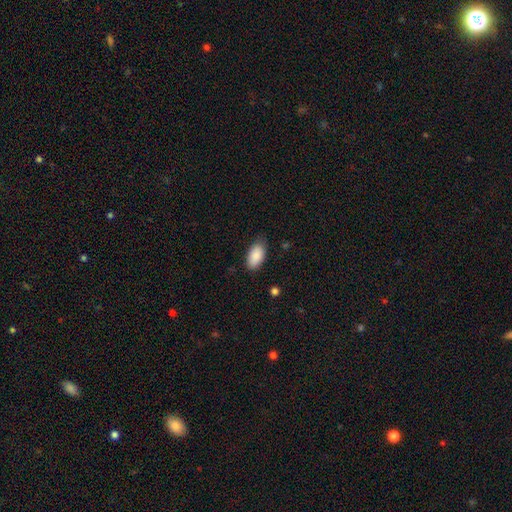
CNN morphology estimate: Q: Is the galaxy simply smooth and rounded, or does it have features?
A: smooth — 89%.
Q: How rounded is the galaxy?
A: in between — 94%.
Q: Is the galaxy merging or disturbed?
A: none — 79%.